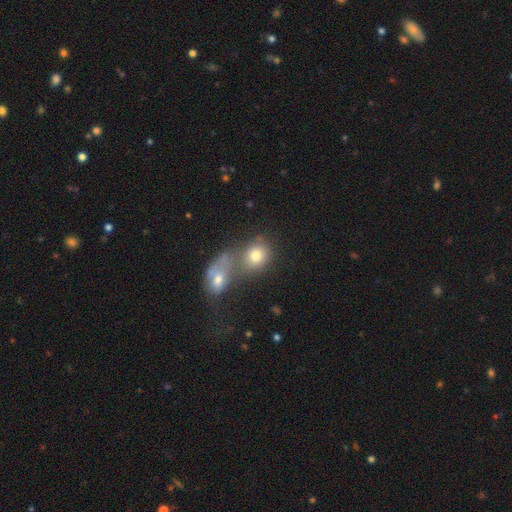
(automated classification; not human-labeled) Q: Smooth or featured?
A: smooth (74%); runner-up: featured or disk (15%)
Q: How rounded?
A: round (55%); runner-up: in between (43%)
Q: Merging?
A: merger (57%); runner-up: none (28%)